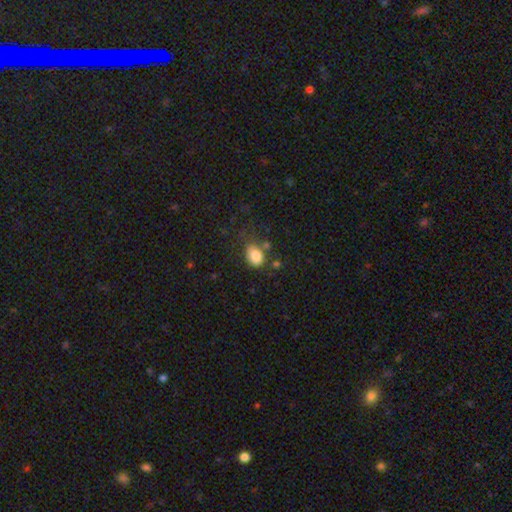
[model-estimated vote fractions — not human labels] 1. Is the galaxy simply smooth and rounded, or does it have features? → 84% smooth, 10% star or artifact, 7% featured or disk.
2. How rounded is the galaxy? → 70% in between, 28% round, 1% cigar-shaped.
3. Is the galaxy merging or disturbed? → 50% none, 27% minor disturbance, 12% major disturbance, 10% merger.